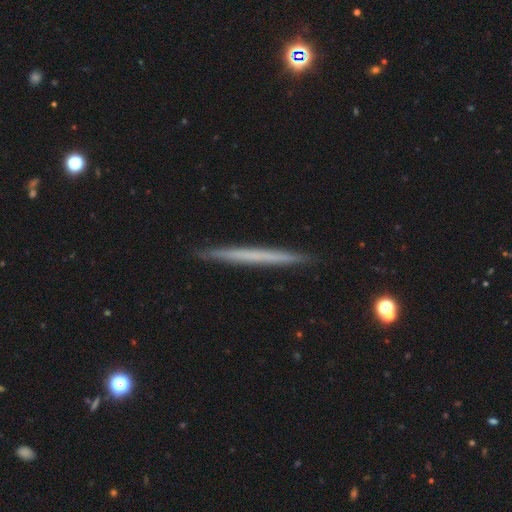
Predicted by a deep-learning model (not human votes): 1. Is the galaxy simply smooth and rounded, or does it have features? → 49% featured or disk, 45% smooth, 6% star or artifact.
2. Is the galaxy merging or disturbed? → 92% none, 6% minor disturbance, 1% merger, 1% major disturbance.